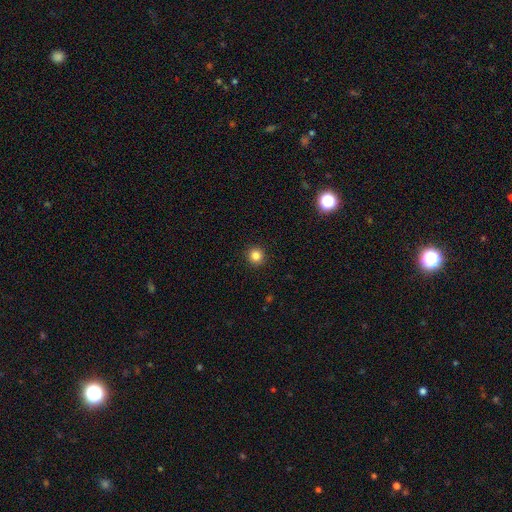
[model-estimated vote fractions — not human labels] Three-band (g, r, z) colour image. It shows a smooth galaxy with no disk features (84%) that is round (95%). Merging: none (93%).